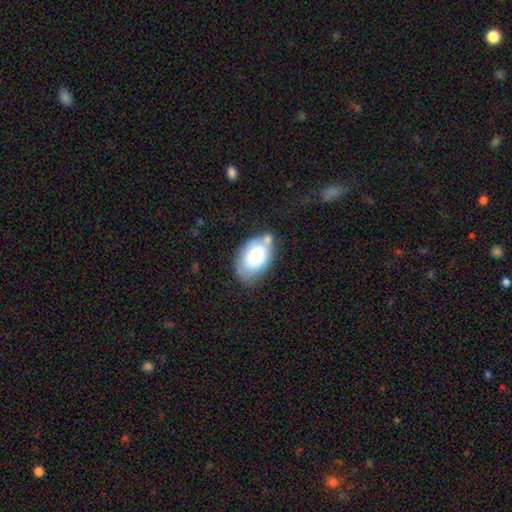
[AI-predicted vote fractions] Q: Smooth or featured?
A: smooth (70%); runner-up: featured or disk (23%)
Q: How rounded?
A: in between (89%); runner-up: round (10%)
Q: Merging?
A: none (46%); runner-up: minor disturbance (26%)